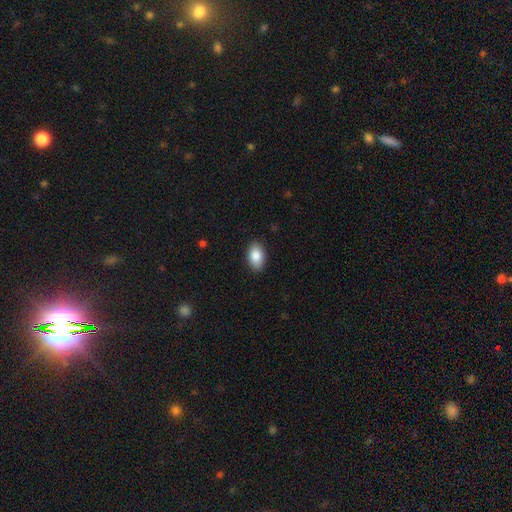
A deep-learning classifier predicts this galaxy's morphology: A smooth galaxy with no disk features (87%) that is in between round and cigar-shaped (92%).

Vote fractions:
- Smooth or featured? smooth: 87% / star or artifact: 7% / featured or disk: 6%
- How rounded? in between: 92% / round: 7% / cigar-shaped: 1%
- Merging? none: 89% / minor disturbance: 8% / major disturbance: 2% / merger: 1%